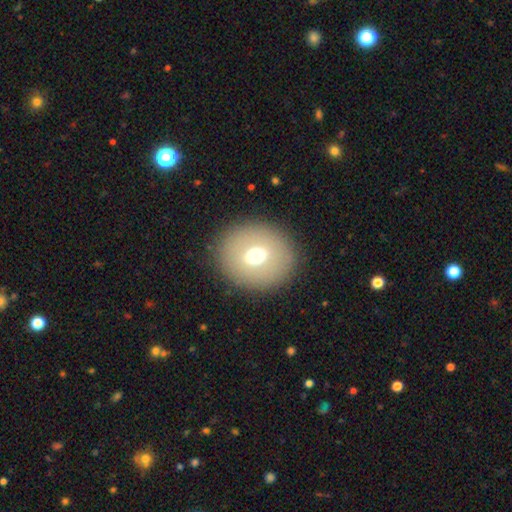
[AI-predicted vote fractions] Morphology: type=smooth (65%); roundness=round (77%); merging=none (90%).